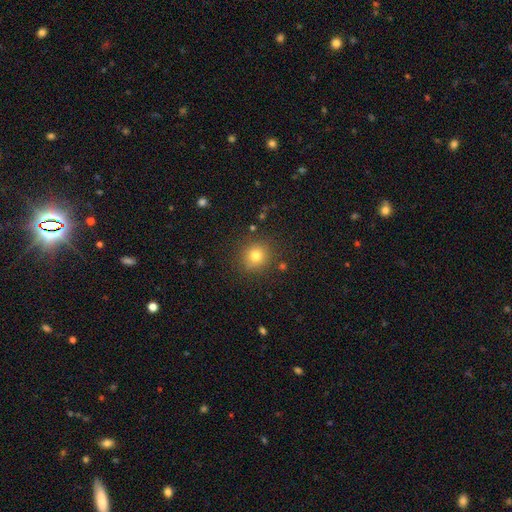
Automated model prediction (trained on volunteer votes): The model was most divided on "smooth or featured": smooth: 78%, star or artifact: 14%, featured or disk: 8%. More confident: how rounded — round (87%); merging — none (86%).